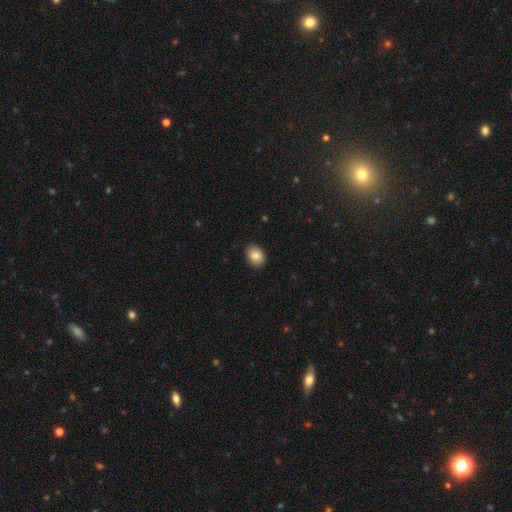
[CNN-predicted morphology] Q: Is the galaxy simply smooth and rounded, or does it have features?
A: smooth — 85%.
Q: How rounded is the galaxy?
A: in between — 67%.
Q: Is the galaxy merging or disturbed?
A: none — 88%.